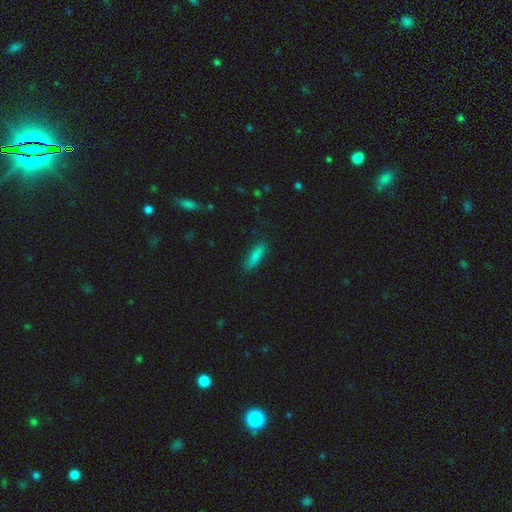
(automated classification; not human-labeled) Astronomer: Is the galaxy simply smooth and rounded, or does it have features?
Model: smooth — 81%.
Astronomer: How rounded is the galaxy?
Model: cigar-shaped — 57% (runner-up: in between, 41%).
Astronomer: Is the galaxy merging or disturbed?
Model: none — 83%.